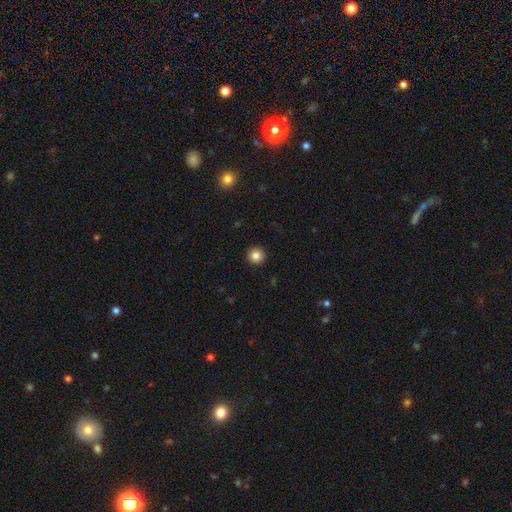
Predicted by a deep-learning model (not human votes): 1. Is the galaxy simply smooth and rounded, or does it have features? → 85% smooth, 10% star or artifact, 5% featured or disk.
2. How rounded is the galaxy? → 95% round, 4% in between, 1% cigar-shaped.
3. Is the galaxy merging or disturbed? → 93% none, 4% minor disturbance, 1% major disturbance, 1% merger.